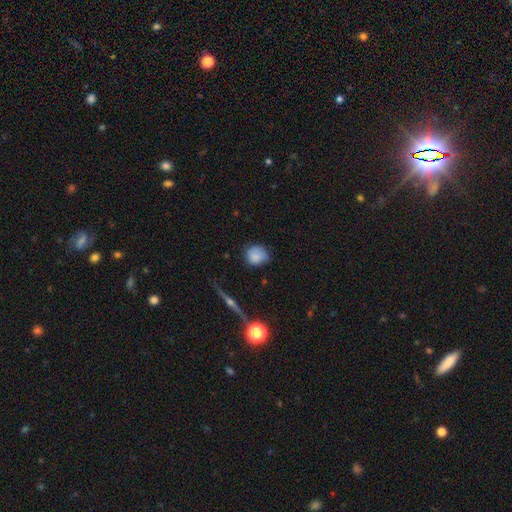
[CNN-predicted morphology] A smooth galaxy with no disk features (78%) that is round (78%).

Vote fractions:
- Smooth or featured? smooth: 78% / featured or disk: 13% / star or artifact: 10%
- How rounded? round: 78% / in between: 20% / cigar-shaped: 2%
- Merging? none: 65% / minor disturbance: 28% / major disturbance: 5% / merger: 2%